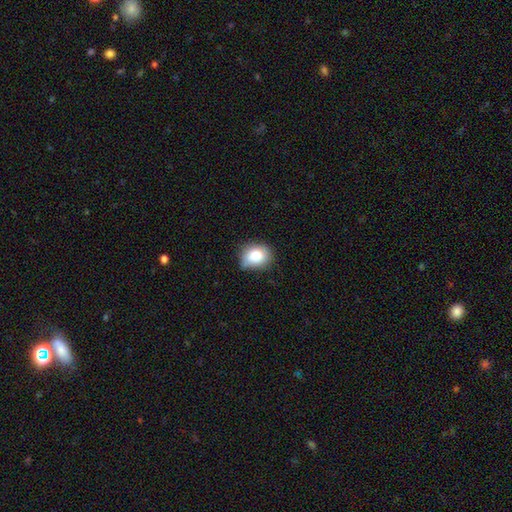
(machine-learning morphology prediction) type=smooth (81%); roundness=round (59%); merging=none (63%).